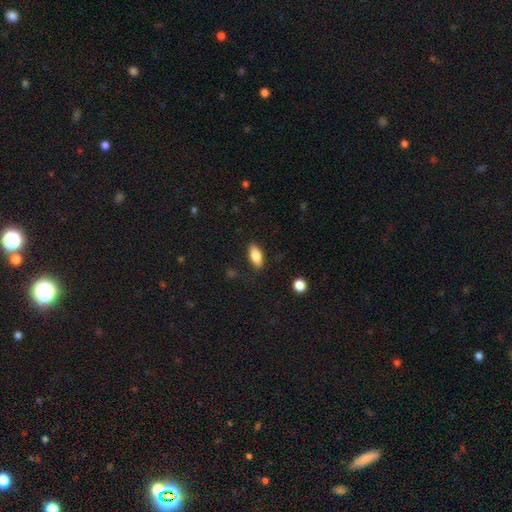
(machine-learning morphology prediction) This is clearly a smooth galaxy (83%). How rounded: clearly in between (84%). Merging: clearly none (85%).